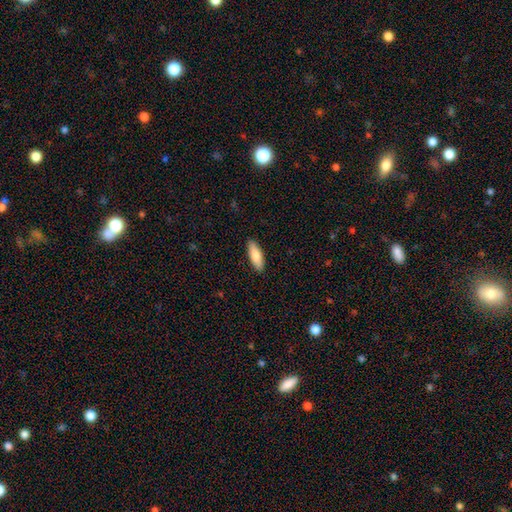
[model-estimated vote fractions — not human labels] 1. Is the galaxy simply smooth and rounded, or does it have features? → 82% smooth, 12% featured or disk, 6% star or artifact.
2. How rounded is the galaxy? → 59% in between, 39% cigar-shaped, 2% round.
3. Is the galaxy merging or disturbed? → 90% none, 8% minor disturbance, 2% major disturbance, 1% merger.